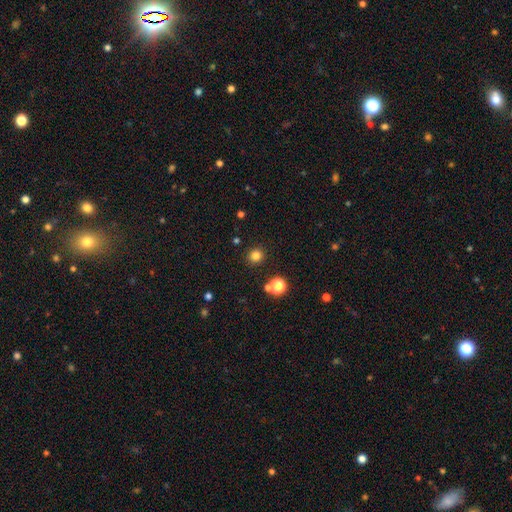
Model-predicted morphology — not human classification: Overall: smooth (80%). How rounded: round (90%). Merging: none (89%).